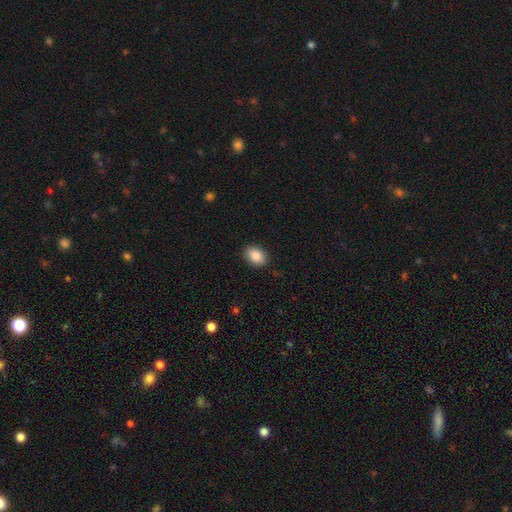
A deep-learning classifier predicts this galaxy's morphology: The model was most divided on "how rounded": in between: 79%, round: 20%, cigar-shaped: 1%. More confident: merging — none (89%); smooth or featured — smooth (87%).